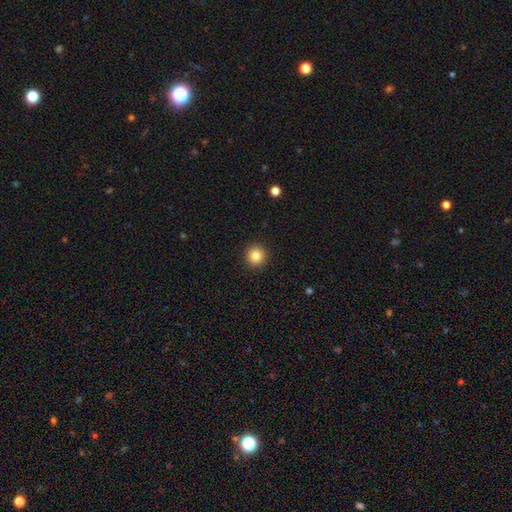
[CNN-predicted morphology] A smooth galaxy with no disk features (84%) that is round (95%).

Vote fractions:
- Smooth or featured? smooth: 84% / star or artifact: 11% / featured or disk: 5%
- How rounded? round: 95% / in between: 4% / cigar-shaped: 1%
- Merging? none: 93% / minor disturbance: 5% / major disturbance: 2% / merger: 1%